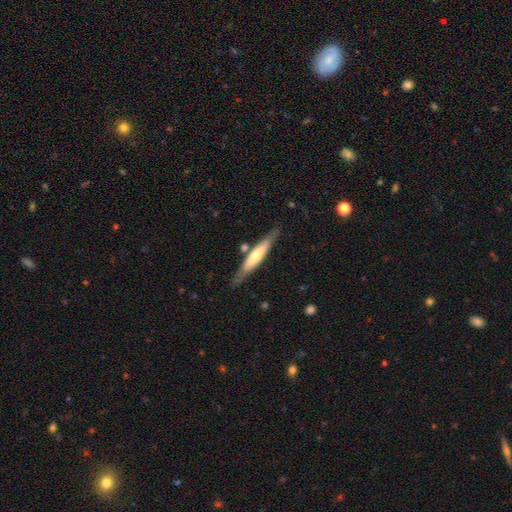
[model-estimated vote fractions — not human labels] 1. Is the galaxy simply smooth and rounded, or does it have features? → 49% featured or disk, 46% smooth, 5% star or artifact.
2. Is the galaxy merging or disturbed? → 77% none, 14% minor disturbance, 6% merger, 3% major disturbance.